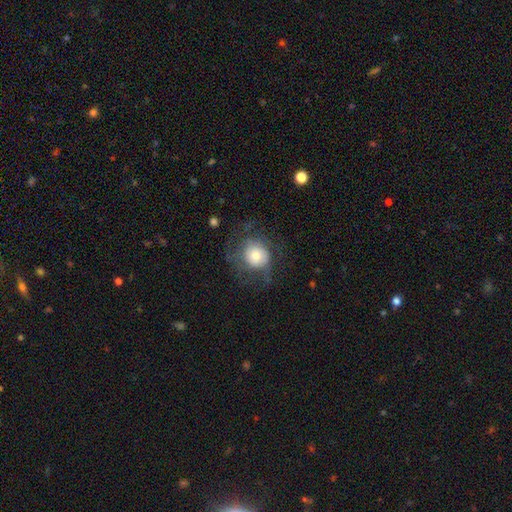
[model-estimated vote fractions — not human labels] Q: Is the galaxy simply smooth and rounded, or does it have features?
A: smooth — 54%.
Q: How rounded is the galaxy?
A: round — 85%.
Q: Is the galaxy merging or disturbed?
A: none — 55%.